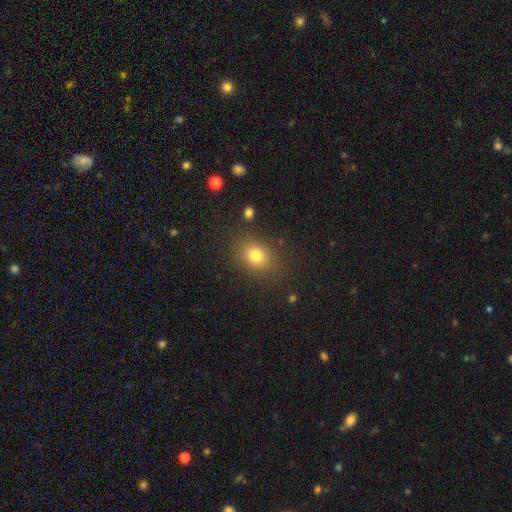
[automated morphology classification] smooth 77%, star or artifact 13%, featured or disk 10%. Down the decision tree: how rounded — in between (55%); merging — none (83%).